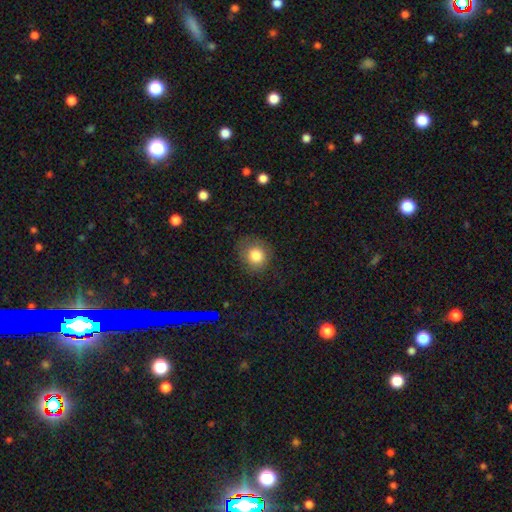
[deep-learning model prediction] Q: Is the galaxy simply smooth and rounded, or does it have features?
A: smooth — 82%.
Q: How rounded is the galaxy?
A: round — 82%.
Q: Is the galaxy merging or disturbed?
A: none — 76%.